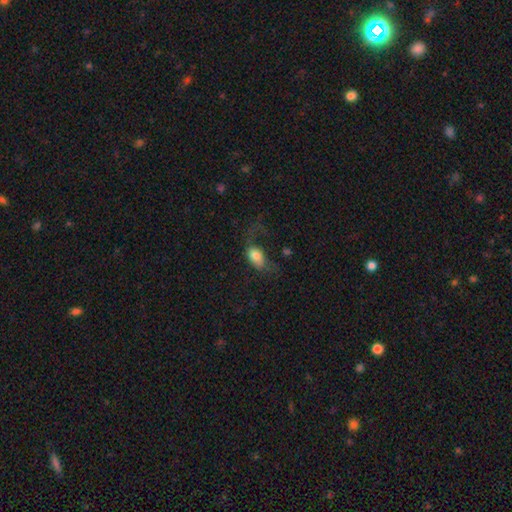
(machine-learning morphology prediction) Smooth or featured: smooth — 76% (featured or disk — 15%)
How rounded: in between — 89% (round — 9%)
Merging: major disturbance — 50% (none — 25%)